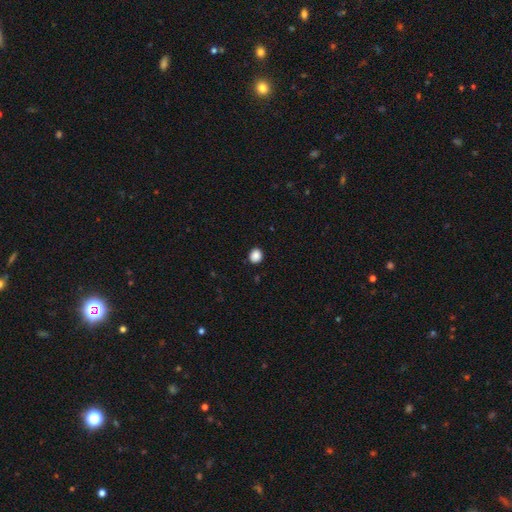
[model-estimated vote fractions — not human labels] This is clearly a smooth galaxy (88%). How rounded: likely round (71%). Merging: clearly none (90%).